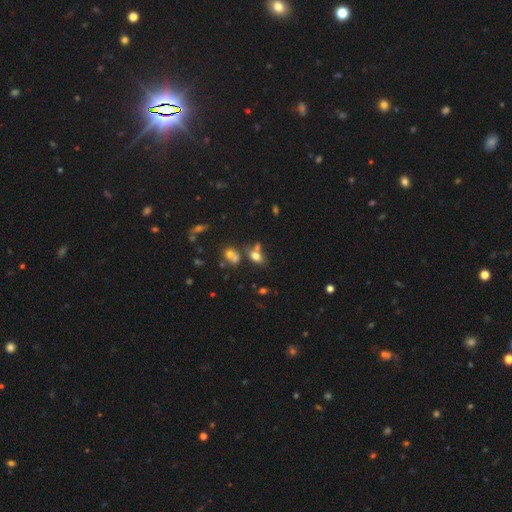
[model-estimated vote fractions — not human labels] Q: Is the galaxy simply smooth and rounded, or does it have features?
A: smooth — 69%.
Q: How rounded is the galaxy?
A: in between — 76%.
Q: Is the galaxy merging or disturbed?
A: none — 48%.